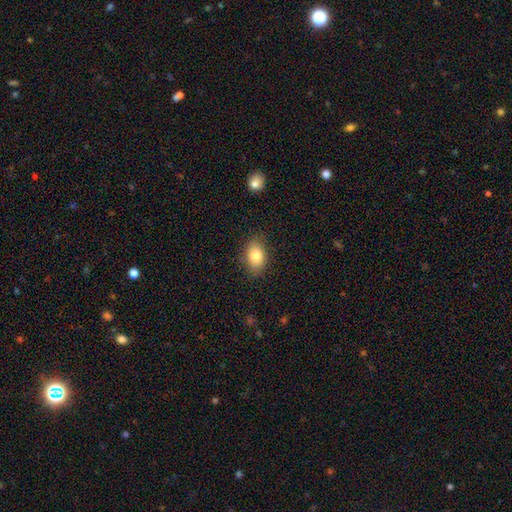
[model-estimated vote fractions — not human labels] A smooth galaxy with no disk features (81%) that is in between round and cigar-shaped (83%).

Vote fractions:
- Smooth or featured? smooth: 81% / featured or disk: 11% / star or artifact: 8%
- How rounded? in between: 83% / round: 15% / cigar-shaped: 1%
- Merging? none: 83% / minor disturbance: 13% / major disturbance: 3% / merger: 1%